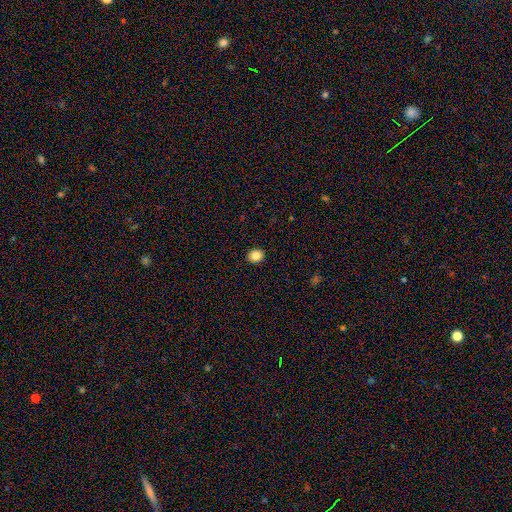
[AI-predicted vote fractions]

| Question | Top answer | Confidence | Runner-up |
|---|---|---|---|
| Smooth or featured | smooth | 84% | star or artifact (10%) |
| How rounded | round | 75% | in between (24%) |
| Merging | none | 93% | minor disturbance (5%) |